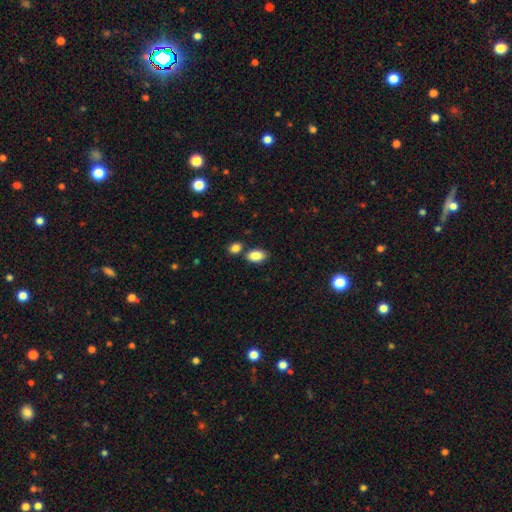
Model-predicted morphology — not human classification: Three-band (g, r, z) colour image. It shows a smooth galaxy with no disk features (87%) that is in between round and cigar-shaped (88%). Merging: none (70%).